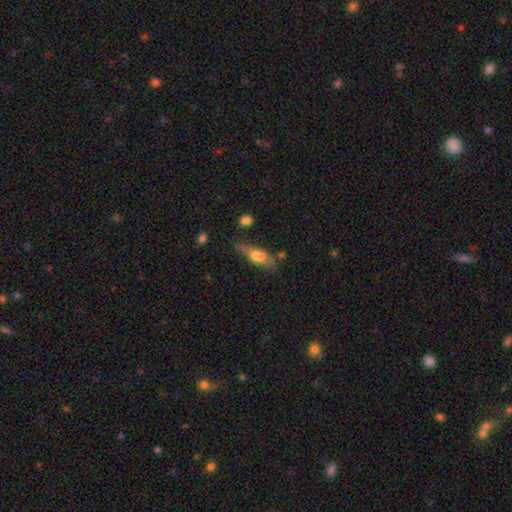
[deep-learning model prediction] Smooth or featured? Predicted: smooth (p=0.58). How rounded? Predicted: in between (p=0.53). Merging? Predicted: none (p=0.49).